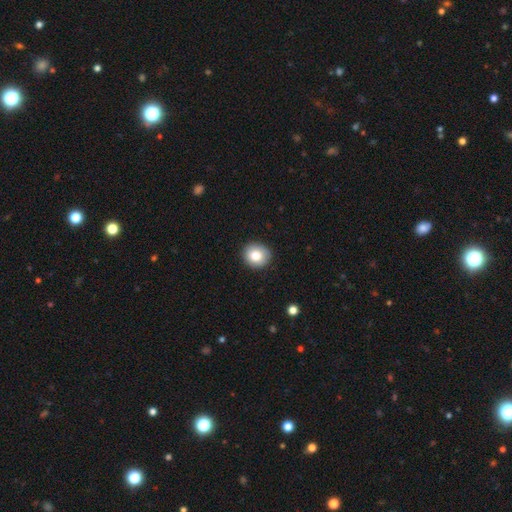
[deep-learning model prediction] Smooth or featured? Predicted: smooth (p=0.81). How rounded? Predicted: round (p=0.84). Merging? Predicted: none (p=0.89).